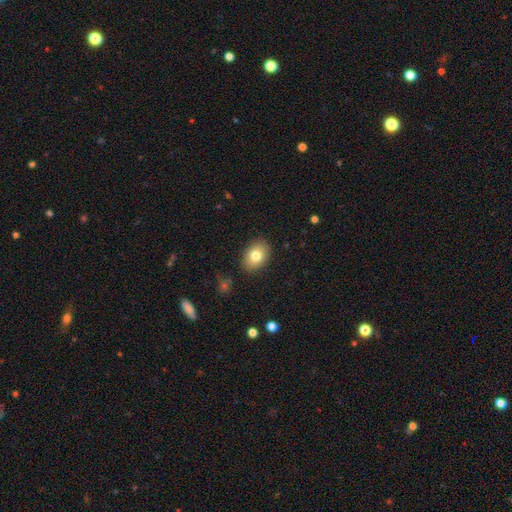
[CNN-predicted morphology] This appears to be a smooth galaxy with no disk features (79%) that is in between round and cigar-shaped (75%). Merging: none (88%).